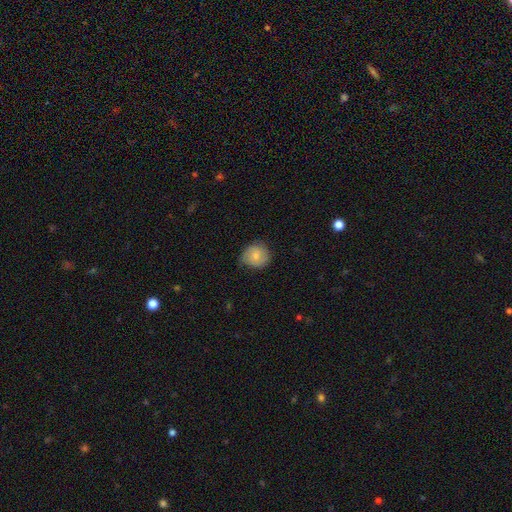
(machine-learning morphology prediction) Smooth or featured: smooth — 73% (featured or disk — 20%)
How rounded: round — 83% (in between — 16%)
Merging: none — 63% (minor disturbance — 30%)